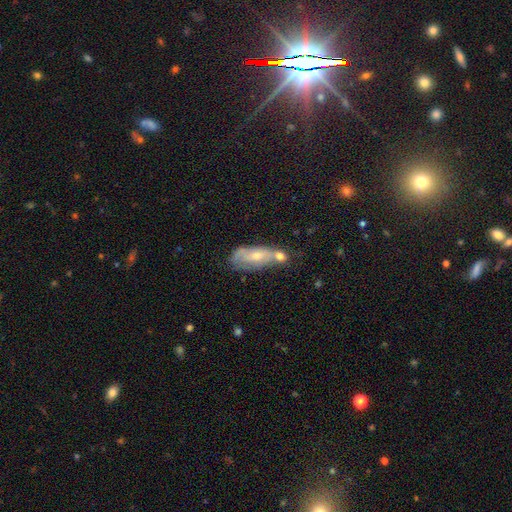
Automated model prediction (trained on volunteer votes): smooth 51%, featured or disk 42%, star or artifact 7%. Down the decision tree: how rounded — in between (80%); merging — merger (39%).